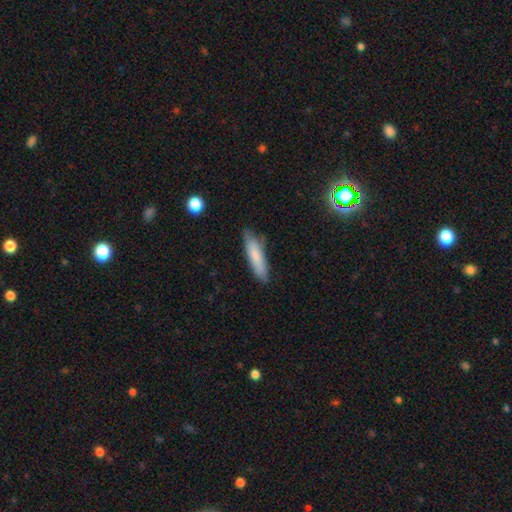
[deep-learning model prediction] Overall: smooth (76%). How rounded: cigar-shaped (70%). Merging: none (77%).